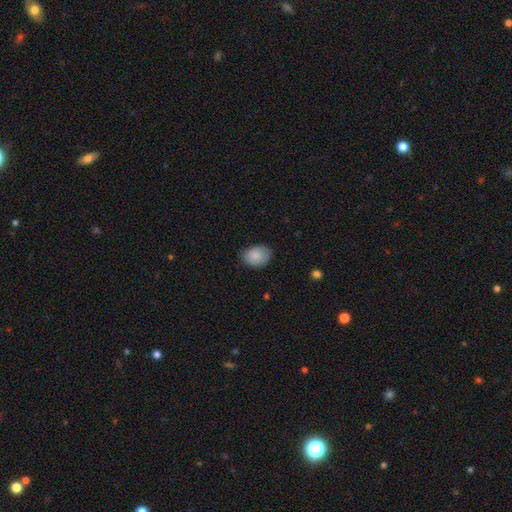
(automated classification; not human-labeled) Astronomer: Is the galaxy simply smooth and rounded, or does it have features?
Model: smooth — 86%.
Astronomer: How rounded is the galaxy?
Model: in between — 70%.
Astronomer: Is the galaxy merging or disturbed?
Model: none — 73%.